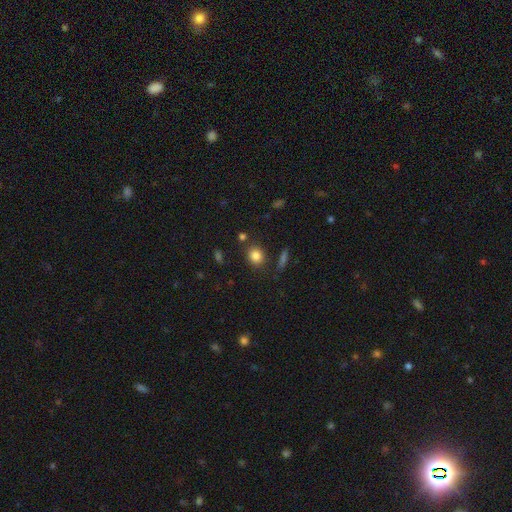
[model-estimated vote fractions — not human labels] Smooth or featured? smooth (83%)
How rounded? round (66%)
Merging? none (81%)